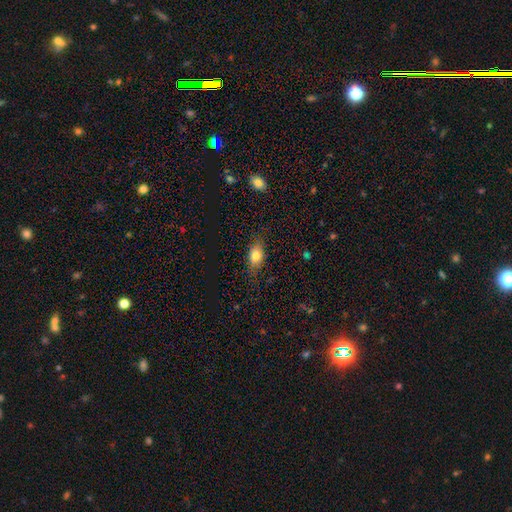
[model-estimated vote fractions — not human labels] Smooth or featured?
  - smooth: 76% *
  - featured or disk: 15%
  - star or artifact: 9%
How rounded?
  - in between: 78% *
  - round: 15%
  - cigar-shaped: 7%
Merging?
  - none: 77% *
  - minor disturbance: 17%
  - major disturbance: 5%
  - merger: 1%